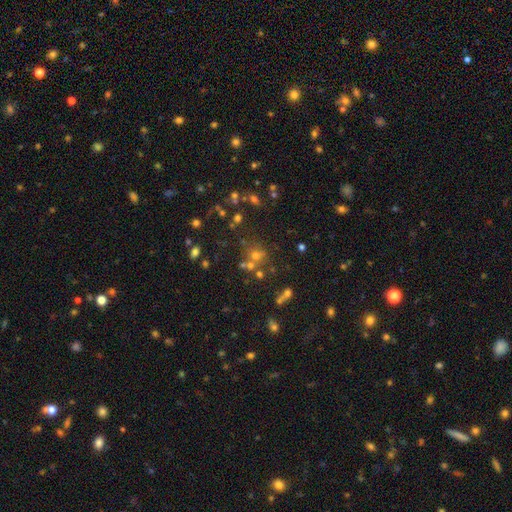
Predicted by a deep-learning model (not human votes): Smooth or featured? smooth (44%)
Merging? none (60%)